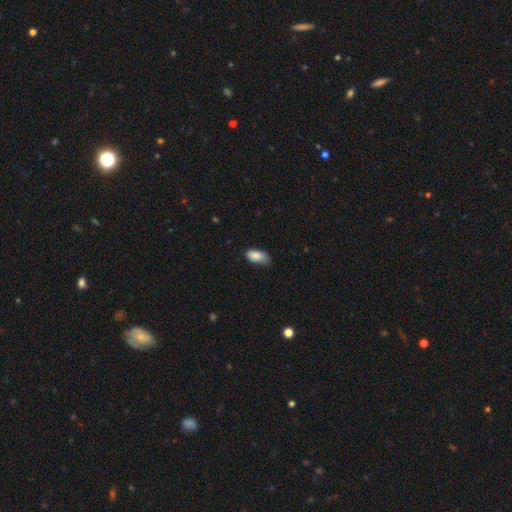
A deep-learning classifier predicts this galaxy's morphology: A smooth galaxy with no disk features (86%) that is in between round and cigar-shaped (92%). Merging: none (60%).